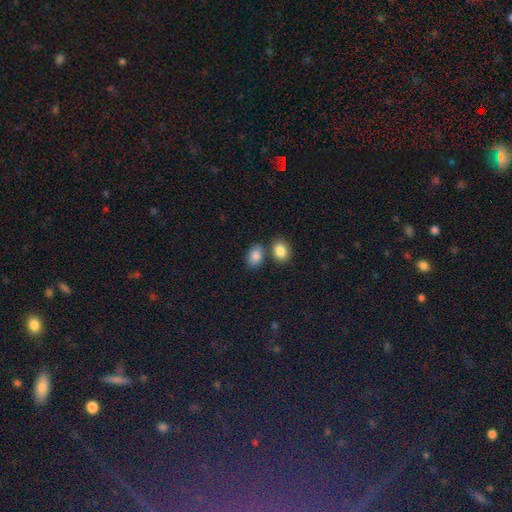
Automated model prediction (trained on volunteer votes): smooth 85%, star or artifact 9%, featured or disk 6%. Down the decision tree: how rounded — in between (79%); merging — none (61%).